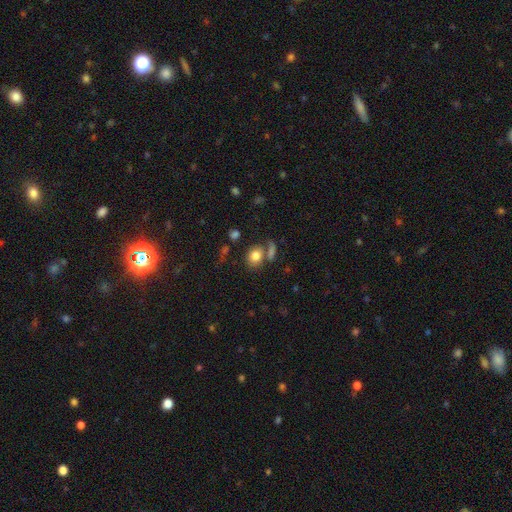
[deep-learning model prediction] smooth-or-featured: smooth: 81% | star or artifact: 10% | featured or disk: 10%
  how-rounded: round: 51% | in between: 48% | cigar-shaped: 1%
  merging: none: 59% | merger: 23% | minor disturbance: 13% | major disturbance: 6%